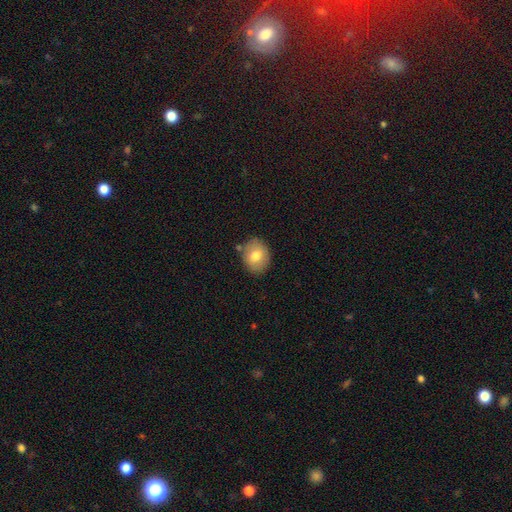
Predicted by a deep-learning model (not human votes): Q: Smooth or featured?
A: smooth (76%); runner-up: featured or disk (16%)
Q: How rounded?
A: round (57%); runner-up: in between (42%)
Q: Merging?
A: none (80%); runner-up: minor disturbance (13%)